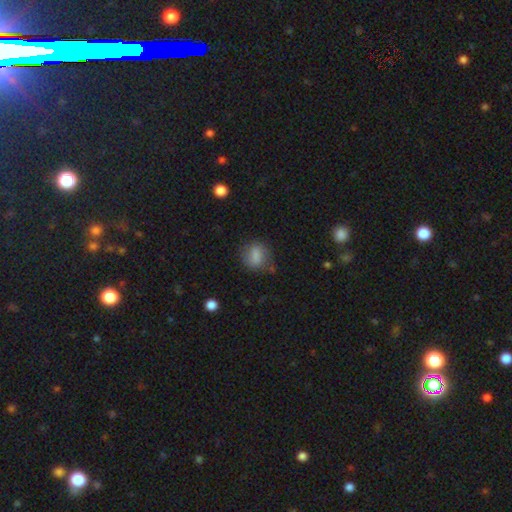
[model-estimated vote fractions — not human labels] smooth 76%, featured or disk 15%, star or artifact 10%. Down the decision tree: how rounded — round (51%); merging — none (67%).